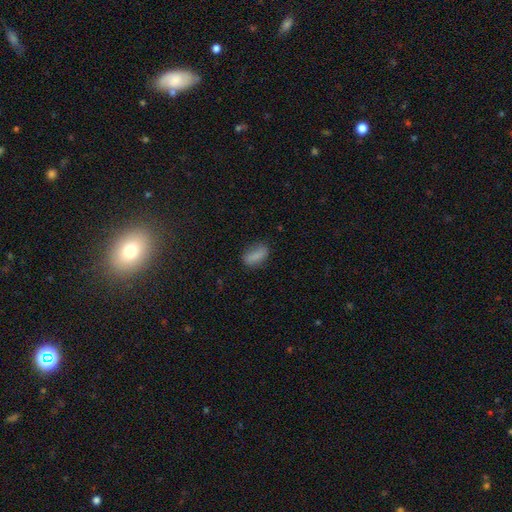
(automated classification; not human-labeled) This is clearly a smooth galaxy (83%). How rounded: clearly in between (84%). Merging: likely none (71%).